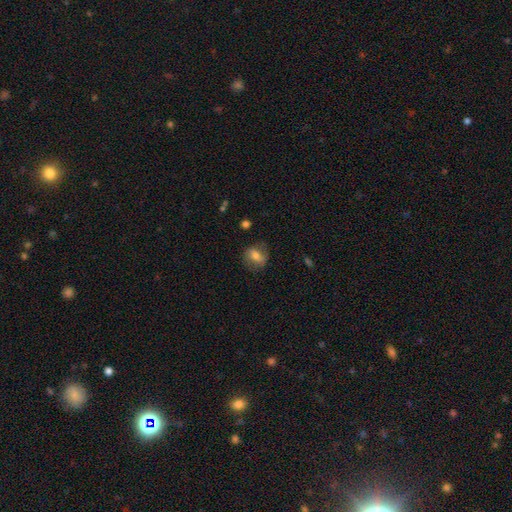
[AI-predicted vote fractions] smooth_or_featured: smooth (p=0.59) [alt: featured or disk p=0.32]
how_rounded: in between (p=0.51) [alt: round p=0.46]
merging: none (p=0.71) [alt: minor disturbance p=0.19]